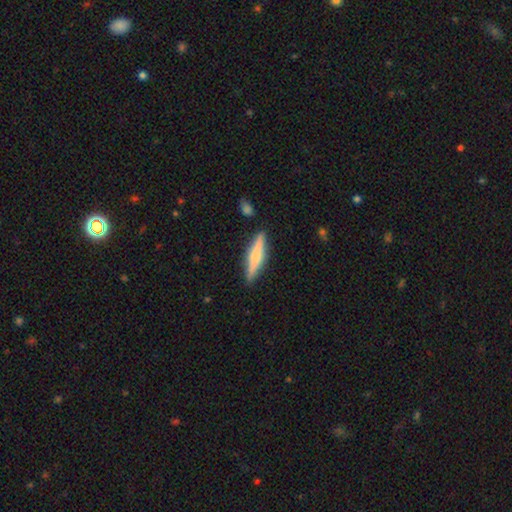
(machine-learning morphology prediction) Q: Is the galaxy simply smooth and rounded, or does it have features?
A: featured or disk — 48%.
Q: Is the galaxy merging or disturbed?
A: none — 86%.